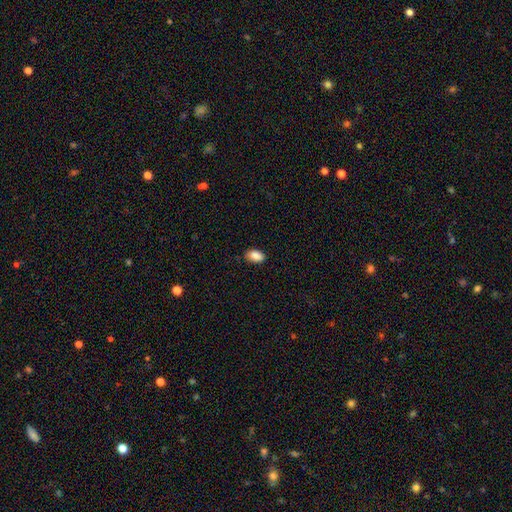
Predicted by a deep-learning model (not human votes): smooth-or-featured: smooth: 89% | star or artifact: 8% | featured or disk: 3%
  how-rounded: in between: 91% | round: 7% | cigar-shaped: 2%
  merging: none: 83% | minor disturbance: 13% | major disturbance: 2% | merger: 1%